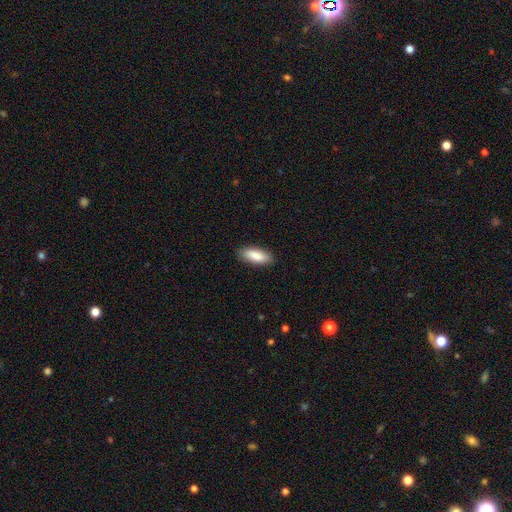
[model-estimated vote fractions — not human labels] Morphology: type=smooth (88%); roundness=in between (75%); merging=none (88%).